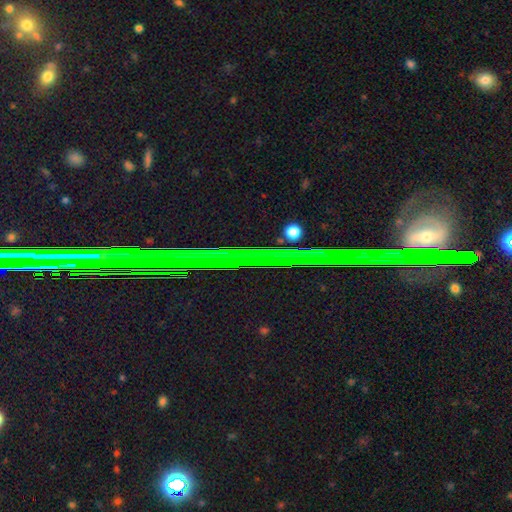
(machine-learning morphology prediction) Smooth or featured: star or artifact — 81% (featured or disk — 11%)